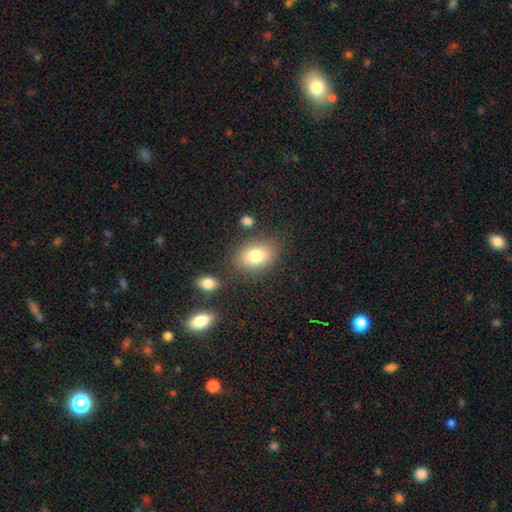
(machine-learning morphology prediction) A smooth galaxy with no disk features (80%) that is in between round and cigar-shaped (74%). Merging: none (78%).